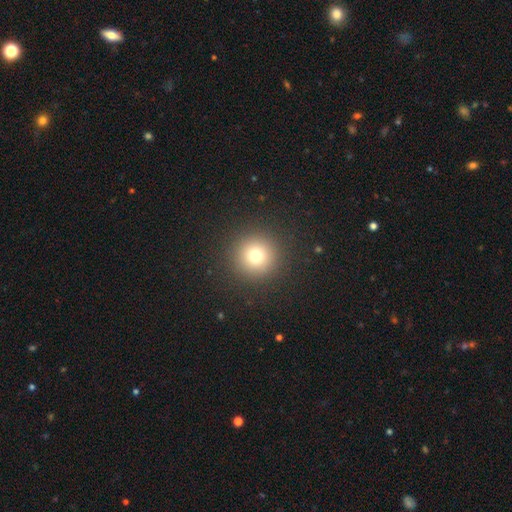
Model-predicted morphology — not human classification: smooth-or-featured: smooth: 76% | star or artifact: 16% | featured or disk: 9%
  how-rounded: round: 96% | in between: 3% | cigar-shaped: 1%
  merging: none: 91% | minor disturbance: 5% | major disturbance: 3% | merger: 1%